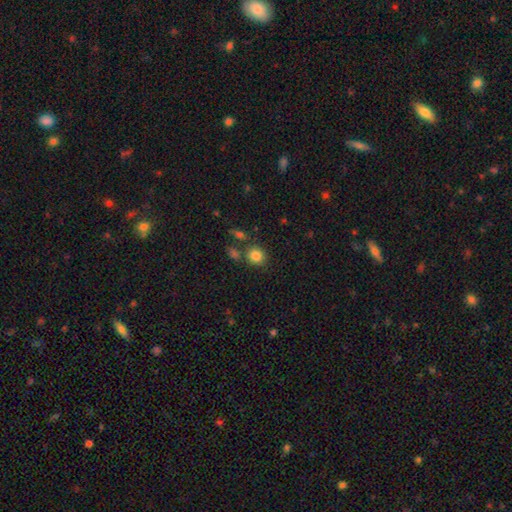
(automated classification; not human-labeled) This appears to be a smooth galaxy with no disk features (83%) that is round (80%). Merging: none (76%).